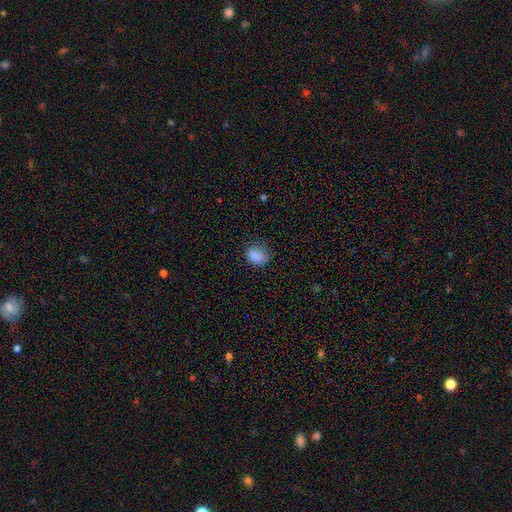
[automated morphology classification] type=smooth (87%); roundness=in between (55%); merging=none (72%).